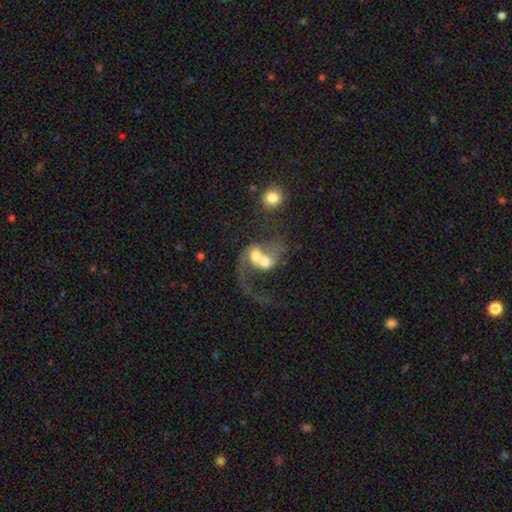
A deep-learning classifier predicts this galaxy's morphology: smooth-or-featured: featured or disk: 60% | smooth: 31% | star or artifact: 9%
  disk-edge-on: no: 97% | yes: 3%
    bar: no: 68% | weak: 25% | strong: 7%
    has-spiral-arms: yes: 71% | no: 29%
    bulge-size: moderate: 49% | large: 27% | small: 11% | dominant: 7% | none: 5%
  merging: merger: 75% | major disturbance: 14% | none: 7% | minor disturbance: 4%